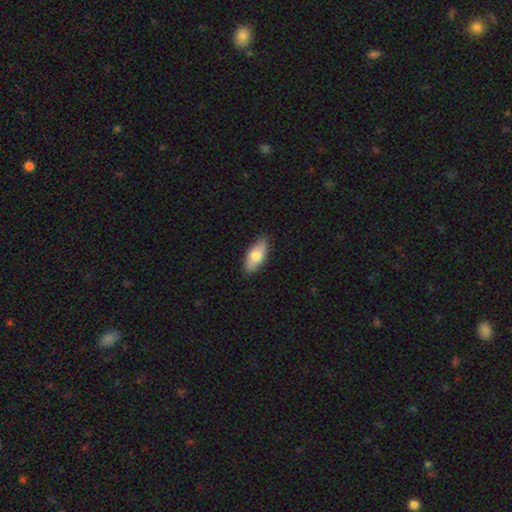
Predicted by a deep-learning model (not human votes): Q: Smooth or featured?
A: smooth (73%); runner-up: featured or disk (21%)
Q: How rounded?
A: in between (87%); runner-up: cigar-shaped (10%)
Q: Merging?
A: none (86%); runner-up: minor disturbance (11%)